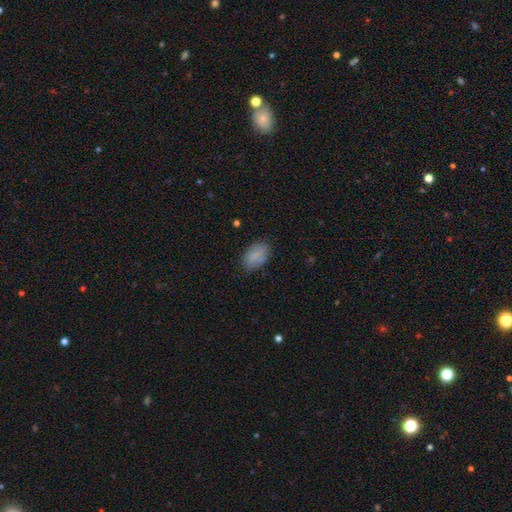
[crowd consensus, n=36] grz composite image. It shows a smooth galaxy with no disk features (94%) that is in between round and cigar-shaped (94%). Merging: none (89%).